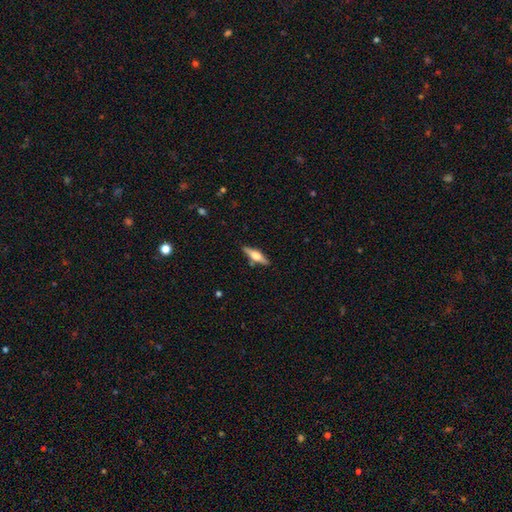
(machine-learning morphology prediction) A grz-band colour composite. It shows a featured or disk galaxy (61%) viewed edge-on (96%) with a rounded central bulge (93%). Merging: none (86%).